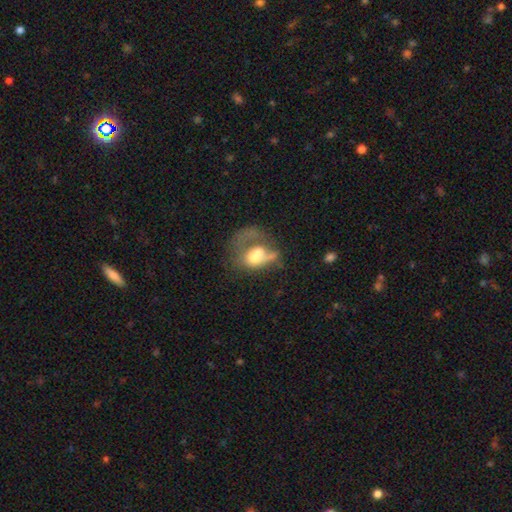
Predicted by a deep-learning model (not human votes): Overall: featured or disk (46%; smooth 43%). Merging: major disturbance (45%; merger 26%).